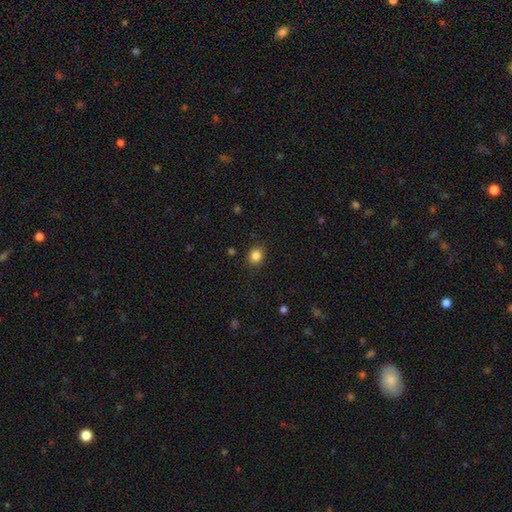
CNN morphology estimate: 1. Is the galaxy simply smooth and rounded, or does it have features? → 84% smooth, 12% star or artifact, 4% featured or disk.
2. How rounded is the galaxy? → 80% round, 20% in between, 1% cigar-shaped.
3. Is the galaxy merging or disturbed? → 88% none, 8% minor disturbance, 3% major disturbance, 1% merger.